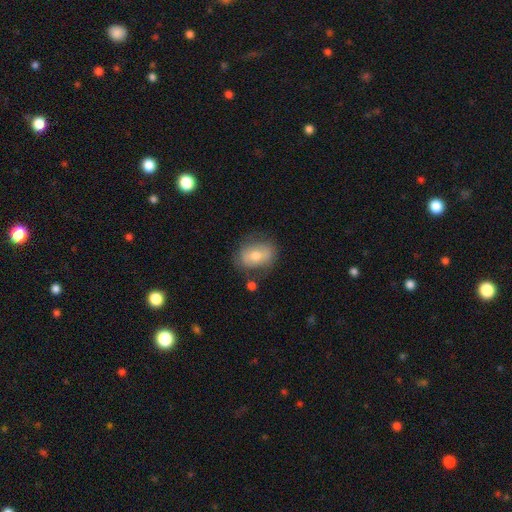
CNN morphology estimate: type=smooth (57%); roundness=in between (66%); merging=none (72%).